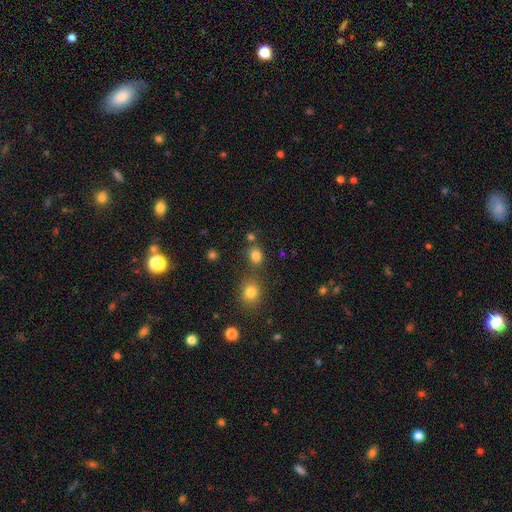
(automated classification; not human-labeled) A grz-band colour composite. It shows a smooth galaxy with no disk features (81%) that is round (60%). Merging: none (70%).